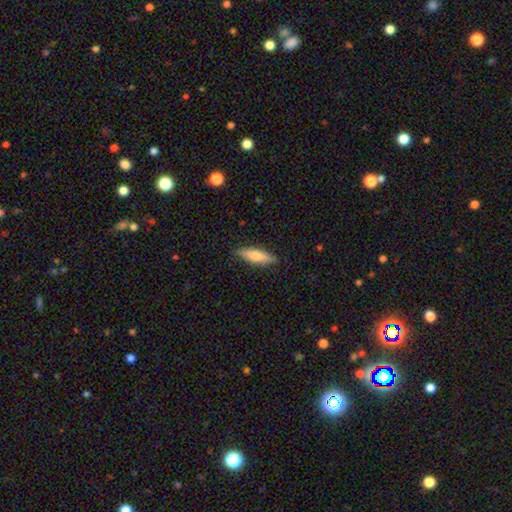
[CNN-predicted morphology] Q: Smooth or featured?
A: smooth (70%); runner-up: featured or disk (24%)
Q: How rounded?
A: cigar-shaped (59%); runner-up: in between (39%)
Q: Merging?
A: none (86%); runner-up: minor disturbance (11%)